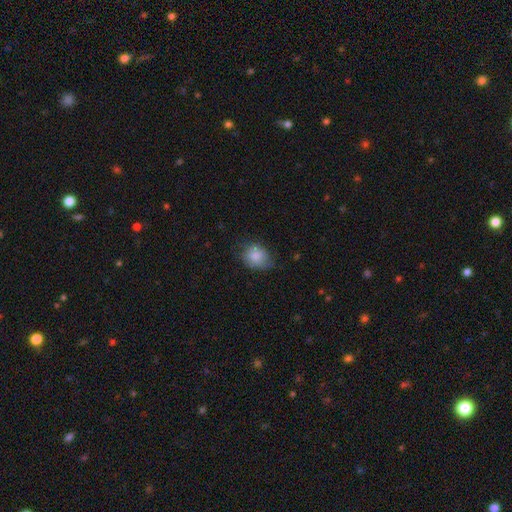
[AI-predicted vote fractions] smooth_or_featured: smooth (p=0.83) [alt: featured or disk p=0.09]
how_rounded: in between (p=0.51) [alt: round p=0.48]
merging: none (p=0.59) [alt: minor disturbance p=0.31]